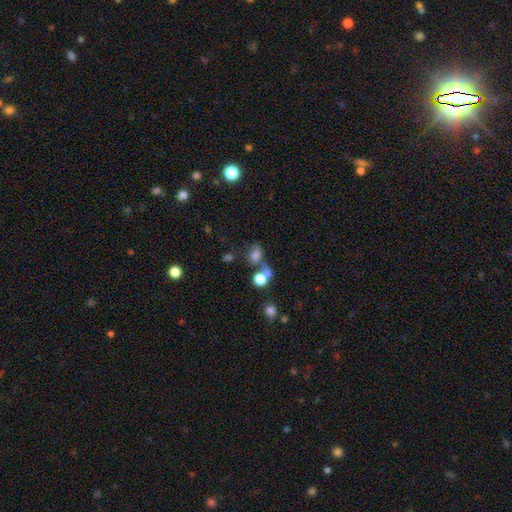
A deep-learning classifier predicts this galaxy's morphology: The model was most divided on "merging": none: 44%, merger: 31%, minor disturbance: 14%, major disturbance: 11%. More confident: smooth or featured — smooth (65%); how rounded — in between (56%).